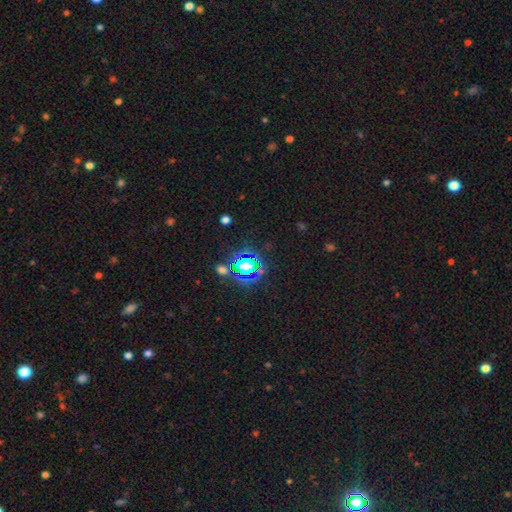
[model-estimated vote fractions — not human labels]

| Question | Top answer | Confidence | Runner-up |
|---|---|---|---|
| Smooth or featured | star or artifact | 79% | smooth (14%) |